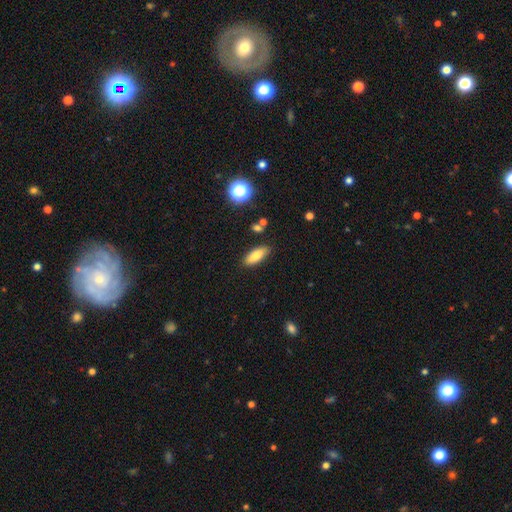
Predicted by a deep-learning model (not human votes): A smooth galaxy with no disk features (78%) that is in between round and cigar-shaped (70%). Merging: none (85%).